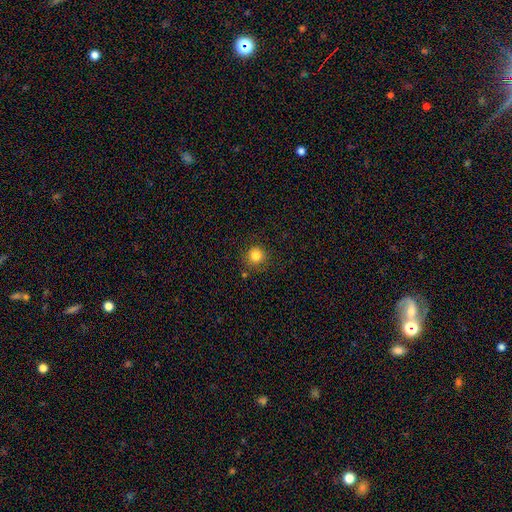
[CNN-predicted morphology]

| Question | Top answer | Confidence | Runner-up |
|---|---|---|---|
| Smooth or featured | smooth | 83% | star or artifact (12%) |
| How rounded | round | 94% | in between (5%) |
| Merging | none | 86% | minor disturbance (9%) |